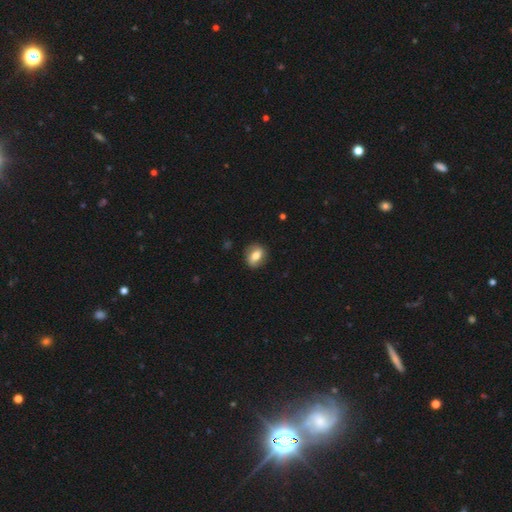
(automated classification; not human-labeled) Overall: smooth (57%; featured or disk 35%). How rounded: in between (61%; round 36%). Merging: none (83%).